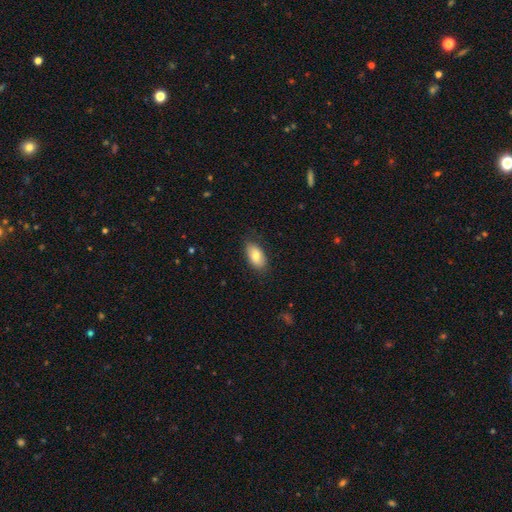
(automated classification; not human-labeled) Morphology: type=smooth (79%); roundness=in between (93%); merging=none (82%).